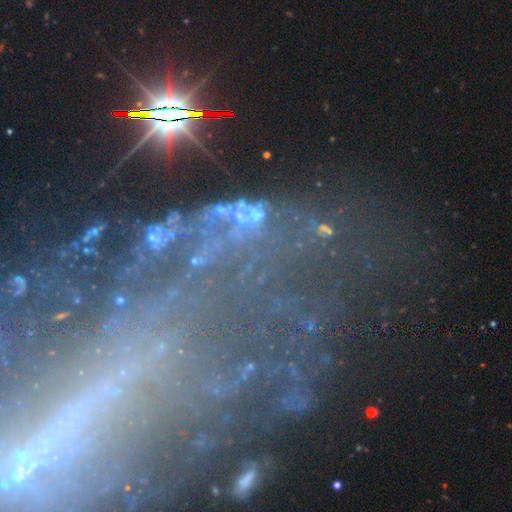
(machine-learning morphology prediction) Overall: featured or disk (44%; star or artifact 42%). Merging: none (53%; major disturbance 24%).